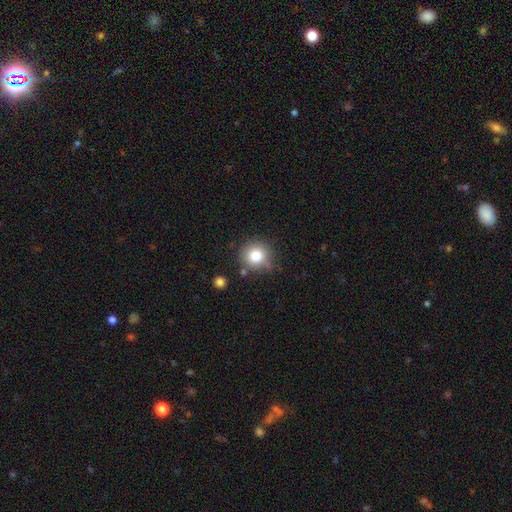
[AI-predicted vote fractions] A smooth galaxy with no disk features (79%) that is round (92%).

Vote fractions:
- Smooth or featured? smooth: 79% / star or artifact: 12% / featured or disk: 9%
- How rounded? round: 92% / in between: 7% / cigar-shaped: 1%
- Merging? none: 77% / minor disturbance: 14% / merger: 5% / major disturbance: 4%